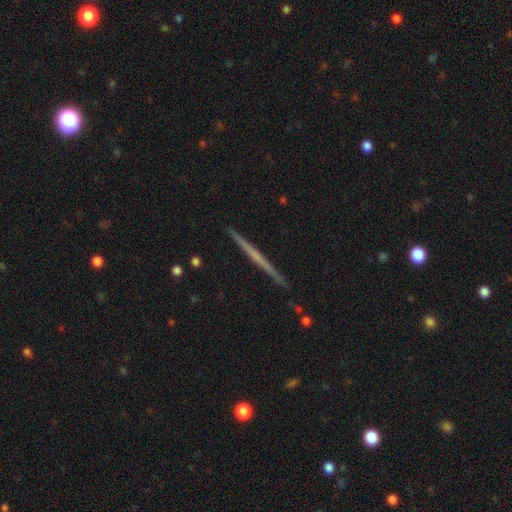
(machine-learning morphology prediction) This appears to be a featured or disk galaxy (65%) viewed edge-on (98%) with no central bulge (79%). Merging: none (91%).